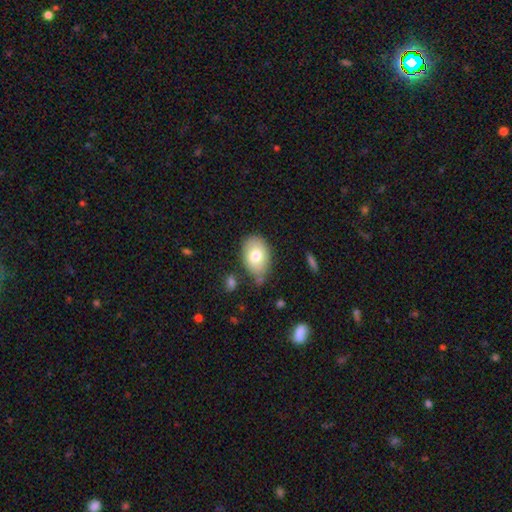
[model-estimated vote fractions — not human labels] Q: Smooth or featured?
A: smooth (76%); runner-up: featured or disk (16%)
Q: How rounded?
A: in between (85%); runner-up: round (14%)
Q: Merging?
A: none (70%); runner-up: minor disturbance (21%)